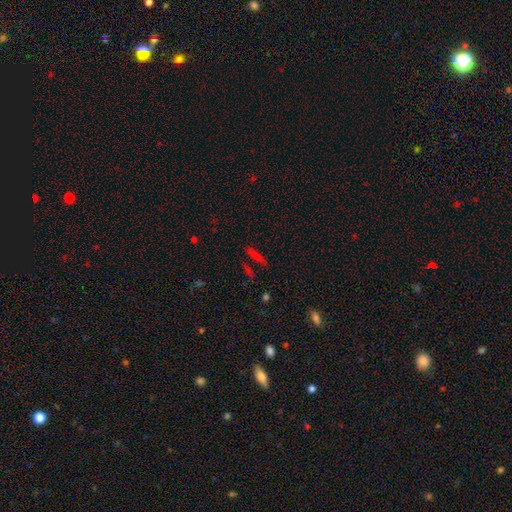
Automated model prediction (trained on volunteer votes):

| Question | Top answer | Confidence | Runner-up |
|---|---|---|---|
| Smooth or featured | smooth | 60% | star or artifact (24%) |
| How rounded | cigar-shaped | 78% | in between (17%) |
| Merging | none | 83% | minor disturbance (10%) |